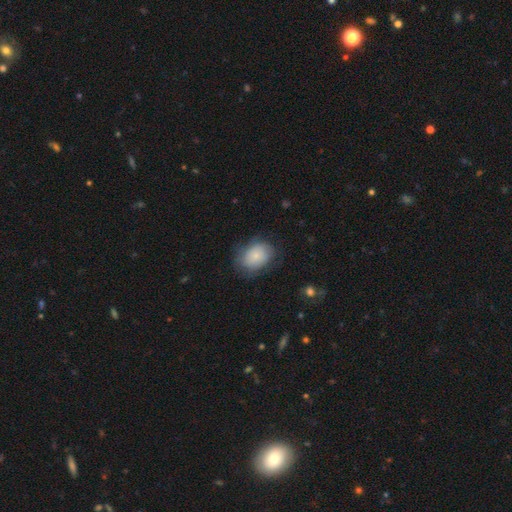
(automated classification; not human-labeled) A smooth galaxy with no disk features (79%) that is in between round and cigar-shaped (72%). Merging: none (69%).